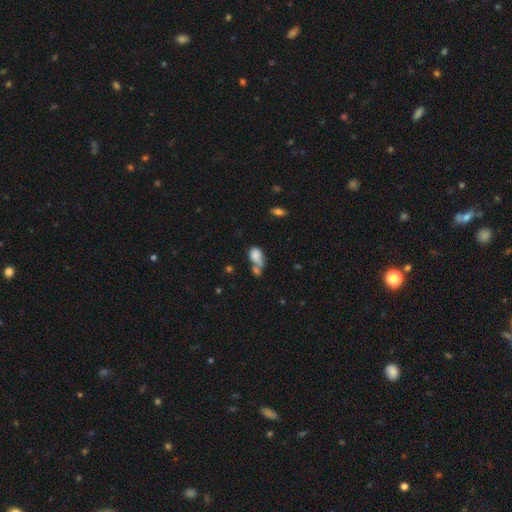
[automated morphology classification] Smooth or featured? smooth (77%)
How rounded? in between (78%)
Merging? merger (52%)